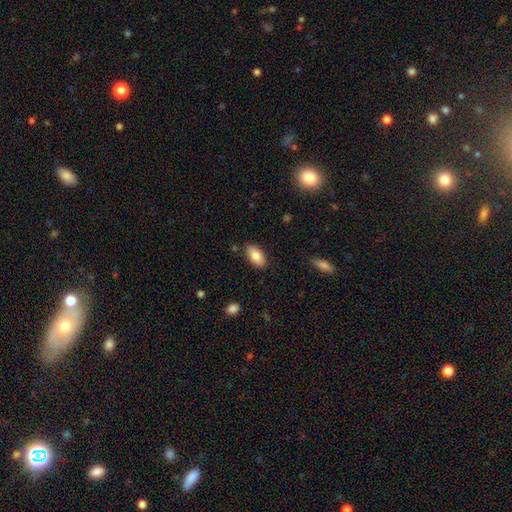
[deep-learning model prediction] Morphology: type=smooth (81%); roundness=in between (93%); merging=none (85%).